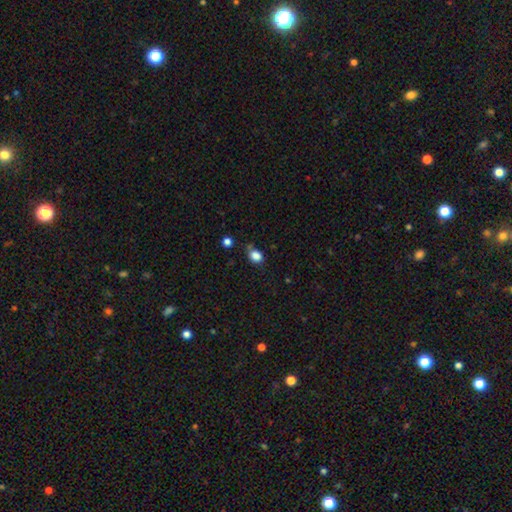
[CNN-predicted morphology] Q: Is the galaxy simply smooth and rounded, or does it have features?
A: smooth — 84%.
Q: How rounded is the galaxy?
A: round — 55%.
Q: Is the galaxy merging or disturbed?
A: none — 62%.